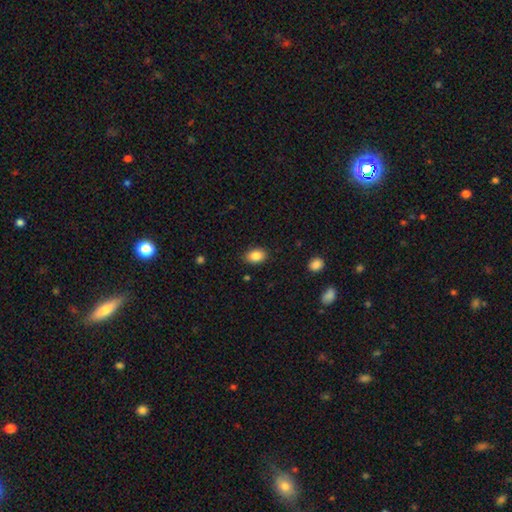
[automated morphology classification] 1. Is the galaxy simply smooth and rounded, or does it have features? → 86% smooth, 8% star or artifact, 6% featured or disk.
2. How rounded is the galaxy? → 80% in between, 19% round, 1% cigar-shaped.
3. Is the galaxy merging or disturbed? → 87% none, 10% minor disturbance, 2% major disturbance, 1% merger.